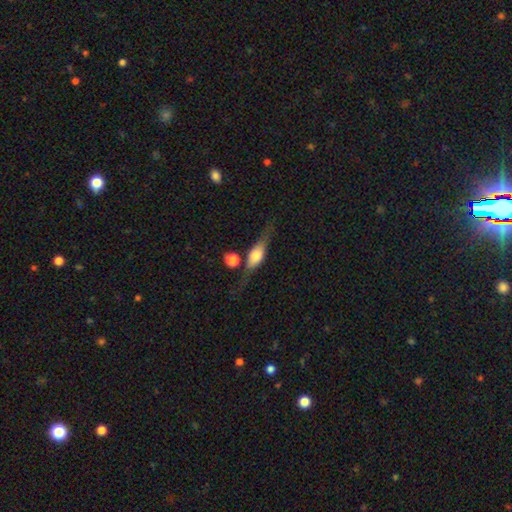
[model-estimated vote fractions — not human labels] Overall: featured or disk (52%; smooth 41%). Edge-on disk: yes (85%). Merging: none (59%; minor disturbance 20%).